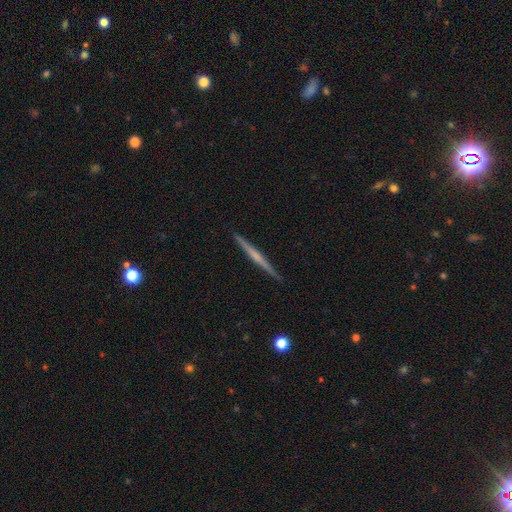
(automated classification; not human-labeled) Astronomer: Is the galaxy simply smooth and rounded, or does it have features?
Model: featured or disk — 66%.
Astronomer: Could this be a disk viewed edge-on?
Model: yes — 98%.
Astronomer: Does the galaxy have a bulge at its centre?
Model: none — 61%.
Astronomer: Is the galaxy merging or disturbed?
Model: none — 92%.